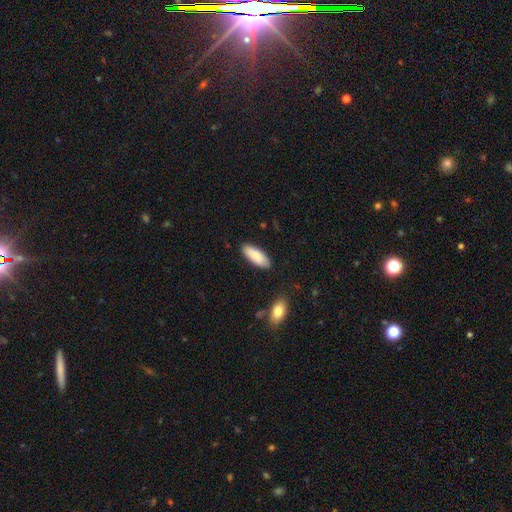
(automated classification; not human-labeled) This appears to be a smooth galaxy with no disk features (87%) that is in between round and cigar-shaped (74%). Merging: none (86%).